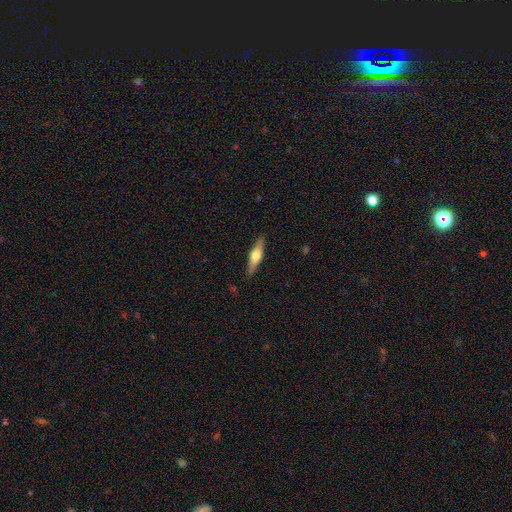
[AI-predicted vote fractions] Smooth or featured? Predicted: featured or disk (p=0.58). Edge-on disk? Predicted: yes (p=0.95). Edge-on bulge? Predicted: rounded (p=0.92). Merging? Predicted: none (p=0.89).